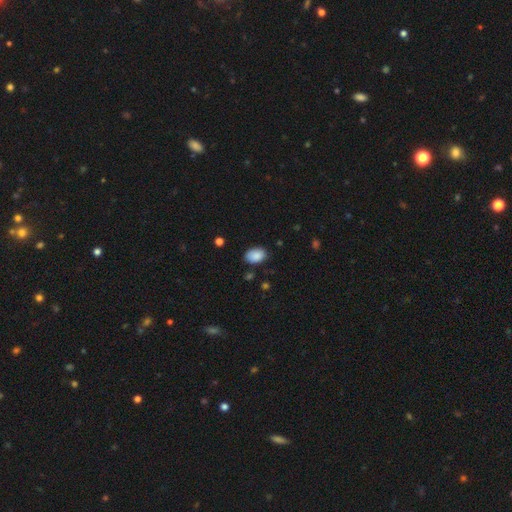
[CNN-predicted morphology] Smooth or featured? Predicted: smooth (p=0.89). How rounded? Predicted: in between (p=0.86). Merging? Predicted: none (p=0.81).